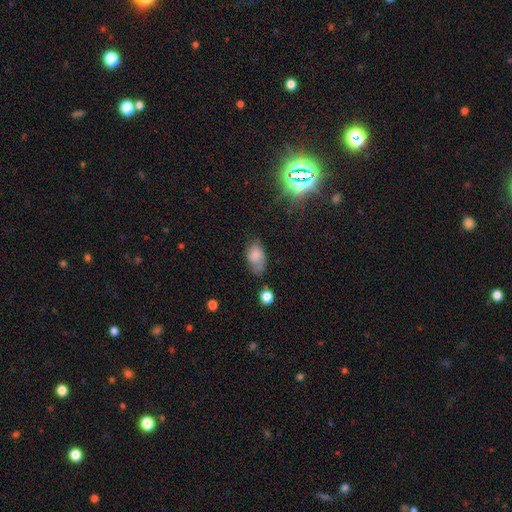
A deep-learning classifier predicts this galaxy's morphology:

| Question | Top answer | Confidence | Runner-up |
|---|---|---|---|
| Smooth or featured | smooth | 73% | featured or disk (14%) |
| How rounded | in between | 89% | round (9%) |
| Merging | none | 49% | minor disturbance (34%) |